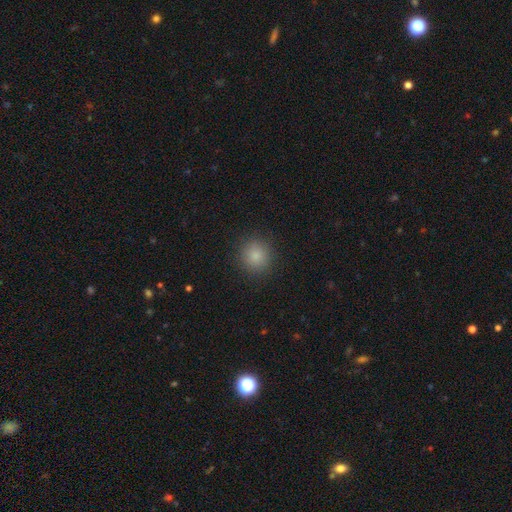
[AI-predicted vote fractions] A smooth galaxy with no disk features (85%) that is round (92%).

Vote fractions:
- Smooth or featured? smooth: 85% / star or artifact: 11% / featured or disk: 5%
- How rounded? round: 92% / in between: 7% / cigar-shaped: 1%
- Merging? none: 90% / minor disturbance: 7% / major disturbance: 3% / merger: 1%